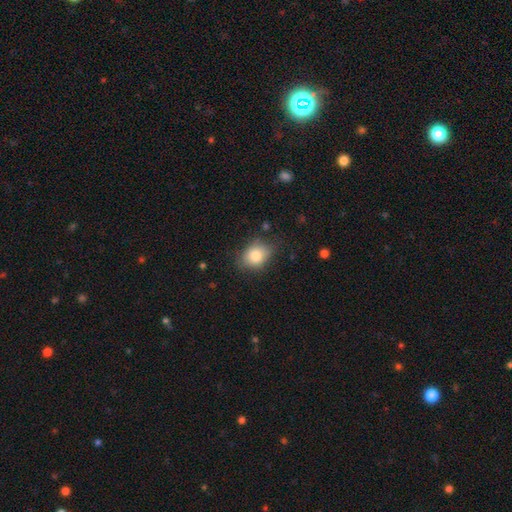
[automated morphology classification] Smooth or featured: smooth — 80% (featured or disk — 11%)
How rounded: in between — 52% (round — 47%)
Merging: none — 72% (minor disturbance — 21%)